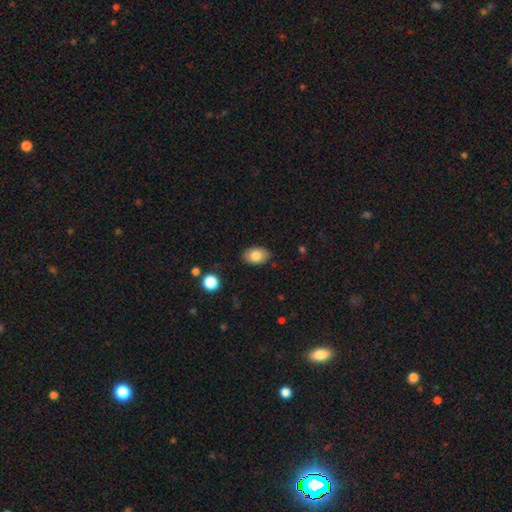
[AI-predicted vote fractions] This is clearly a smooth galaxy (81%). How rounded: clearly in between (86%). Merging: clearly none (86%).